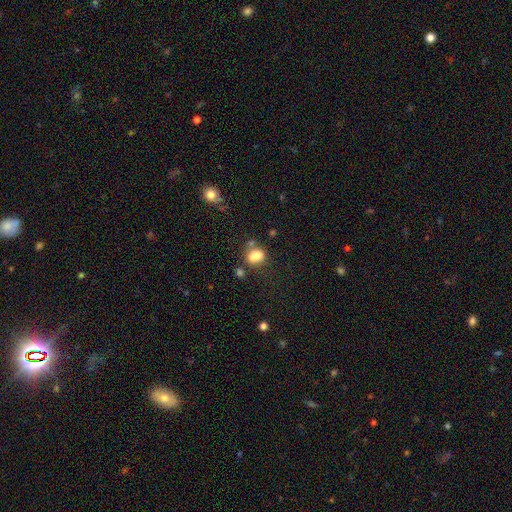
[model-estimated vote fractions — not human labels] Smooth or featured?
  - smooth: 78% *
  - star or artifact: 11%
  - featured or disk: 11%
How rounded?
  - in between: 65% *
  - round: 34%
  - cigar-shaped: 2%
Merging?
  - none: 46% *
  - merger: 28%
  - minor disturbance: 18%
  - major disturbance: 8%